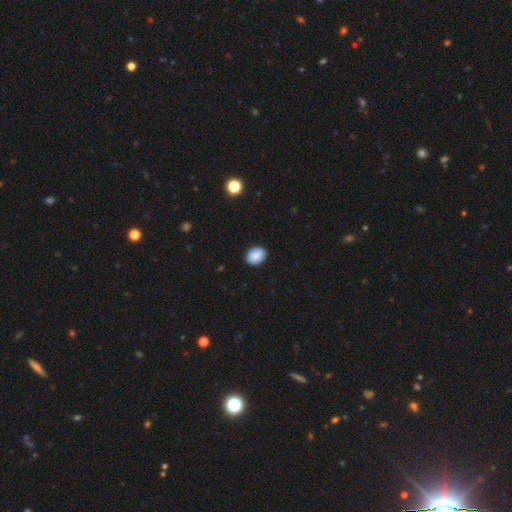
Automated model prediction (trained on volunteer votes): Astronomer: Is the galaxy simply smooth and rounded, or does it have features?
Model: smooth — 88%.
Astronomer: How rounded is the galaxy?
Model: in between — 51% (runner-up: round, 48%).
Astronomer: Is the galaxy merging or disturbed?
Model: none — 89%.